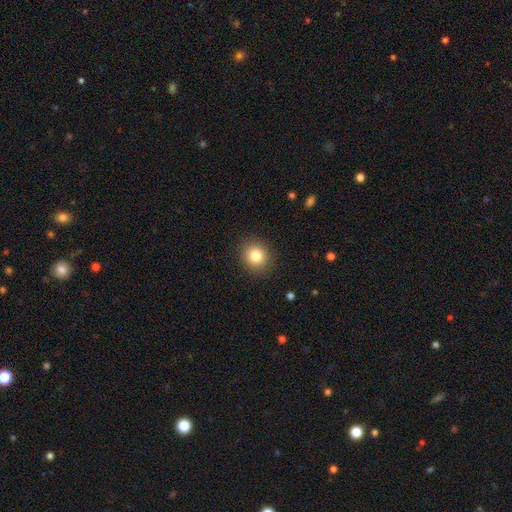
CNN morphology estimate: smooth 82%, star or artifact 11%, featured or disk 7%. Down the decision tree: how rounded — round (79%); merging — none (89%).